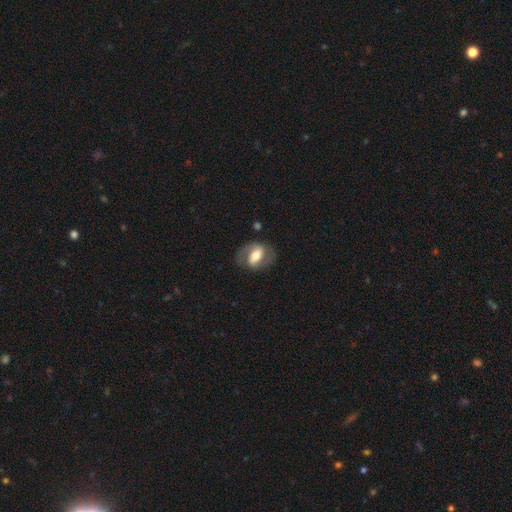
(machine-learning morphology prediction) A featured or disk galaxy (61%) with a strong bar (46%), spiral arms (71%) and a moderate central bulge (60%).

Vote fractions:
- Smooth or featured? featured or disk: 61% / smooth: 33% / star or artifact: 6%
- Edge-on disk? no: 93% / yes: 7%
- Bar? strong: 46% / weak: 32% / no: 21%
- Spiral arms? yes: 71% / no: 29%
- Bulge size? moderate: 60% / large: 22% / small: 14% / dominant: 3% / none: 2%
- Merging? none: 72% / minor disturbance: 16% / major disturbance: 10% / merger: 2%